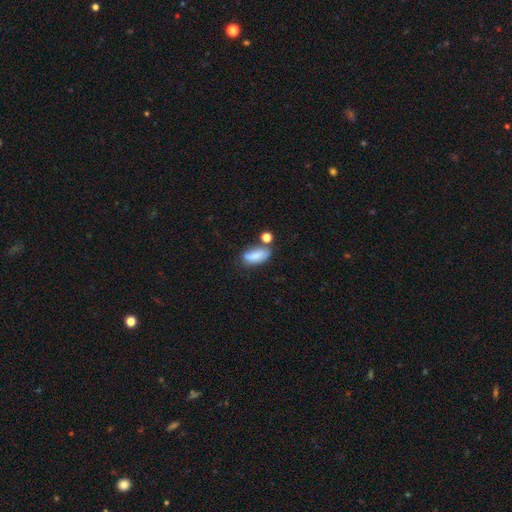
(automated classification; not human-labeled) Smooth or featured: smooth — 80% (featured or disk — 11%)
How rounded: in between — 82% (cigar-shaped — 14%)
Merging: none — 50% (minor disturbance — 23%)